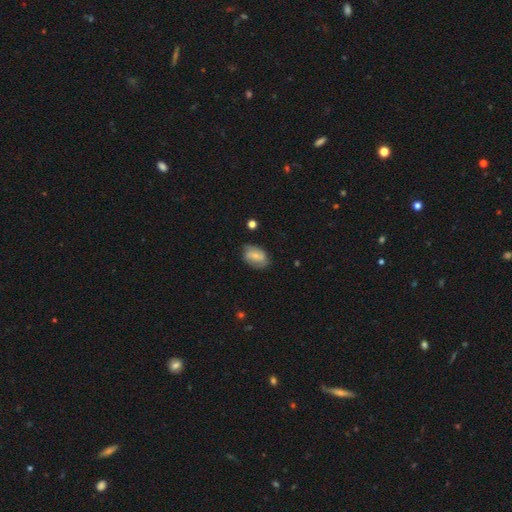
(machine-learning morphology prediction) type=featured or disk (47%); merging=none (70%).